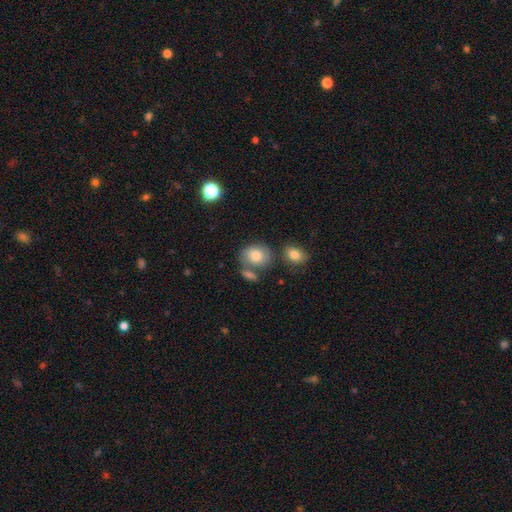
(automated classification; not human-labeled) smooth 79%, featured or disk 12%, star or artifact 9%. Down the decision tree: how rounded — round (57%); merging — none (57%).